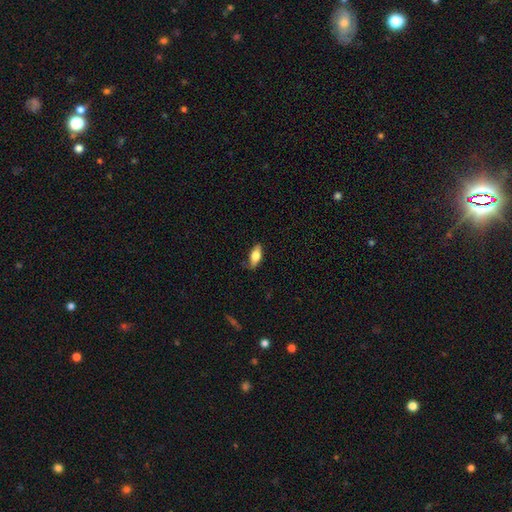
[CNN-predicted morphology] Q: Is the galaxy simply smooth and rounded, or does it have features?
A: smooth — 69%.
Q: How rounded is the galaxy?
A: in between — 80%.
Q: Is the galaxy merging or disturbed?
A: none — 74%.